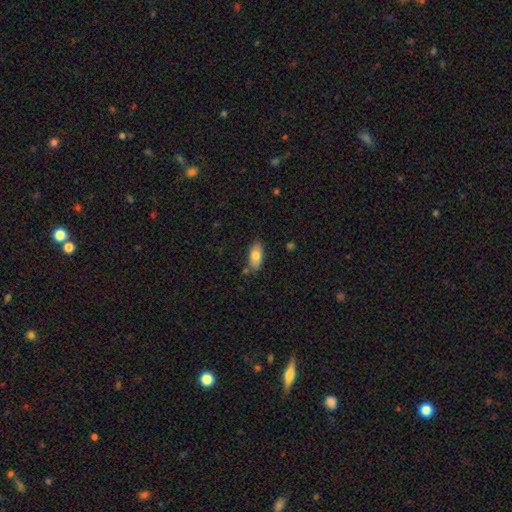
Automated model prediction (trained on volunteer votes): Smooth or featured?
  - smooth: 76% *
  - featured or disk: 17%
  - star or artifact: 7%
How rounded?
  - in between: 89% *
  - cigar-shaped: 7%
  - round: 3%
Merging?
  - none: 80% *
  - minor disturbance: 14%
  - merger: 4%
  - major disturbance: 3%